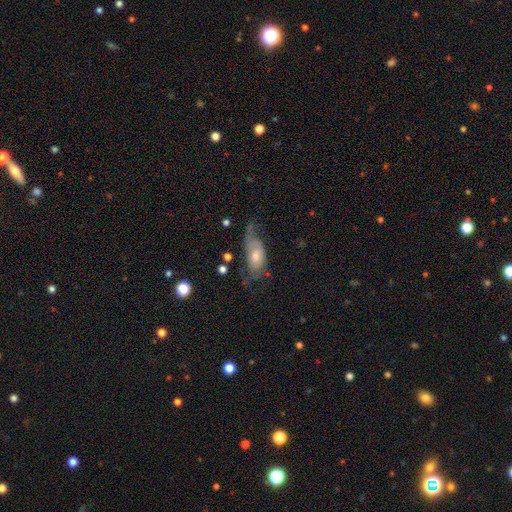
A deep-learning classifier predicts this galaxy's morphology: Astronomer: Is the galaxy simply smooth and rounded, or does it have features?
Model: featured or disk — 55% (runner-up: smooth, 37%).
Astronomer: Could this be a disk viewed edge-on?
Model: no — 88%.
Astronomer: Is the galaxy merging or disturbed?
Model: none — 35% (runner-up: major disturbance, 34%).